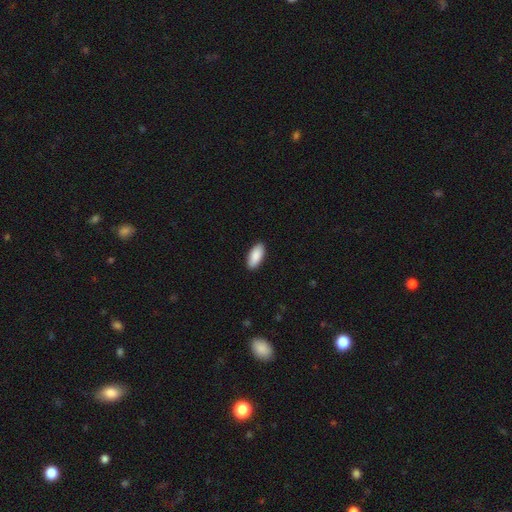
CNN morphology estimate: Overall: smooth (90%). How rounded: in between (90%). Merging: none (90%).